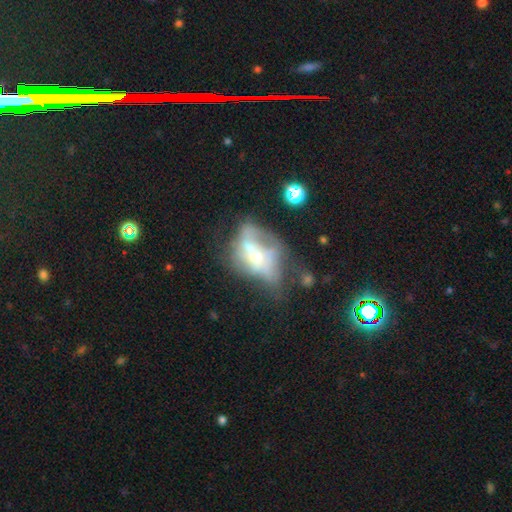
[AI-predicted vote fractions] Morphology: type=featured or disk (56%); edge-on=no (90%); bar=no (76%); spiral arms=no (85%); bulge=moderate (44%); merging=major disturbance (37%).